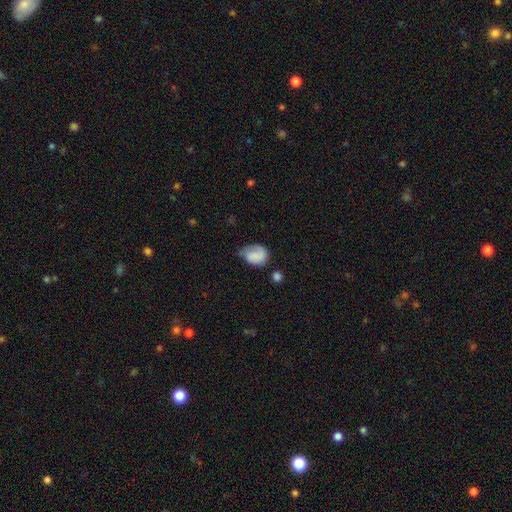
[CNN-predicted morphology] A smooth galaxy with no disk features (74%) that is in between round and cigar-shaped (61%).

Vote fractions:
- Smooth or featured? smooth: 74% / featured or disk: 18% / star or artifact: 8%
- How rounded? in between: 61% / round: 38% / cigar-shaped: 1%
- Merging? minor disturbance: 40% / none: 37% / major disturbance: 18% / merger: 4%